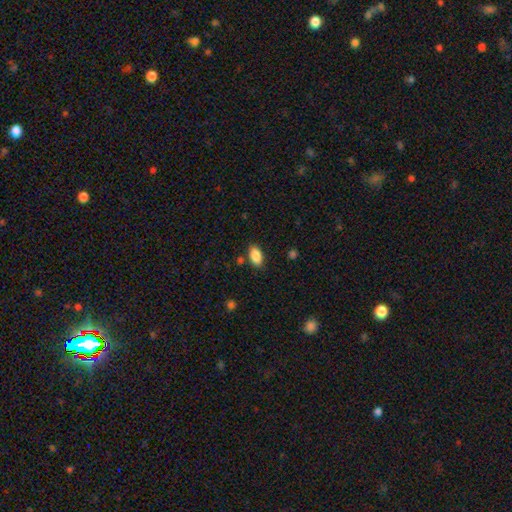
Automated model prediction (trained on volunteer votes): smooth_or_featured: smooth (p=0.88) [alt: star or artifact p=0.08]
how_rounded: in between (p=0.93) [alt: round p=0.04]
merging: none (p=0.84) [alt: minor disturbance p=0.11]